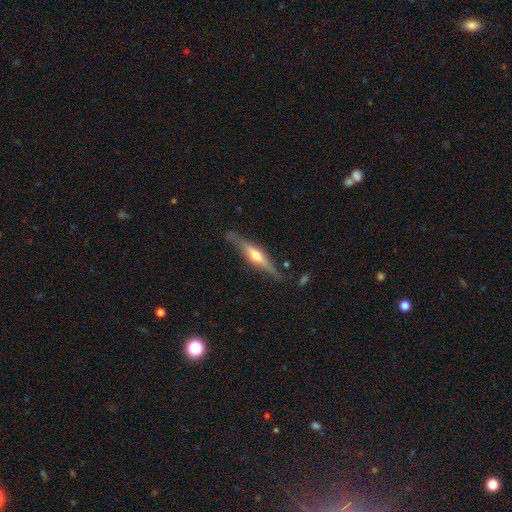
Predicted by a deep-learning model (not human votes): The model was most divided on "smooth or featured": featured or disk: 71%, smooth: 24%, star or artifact: 5%. More confident: edge-on disk — yes (96%); edge-on bulge — rounded (90%); merging — none (81%).